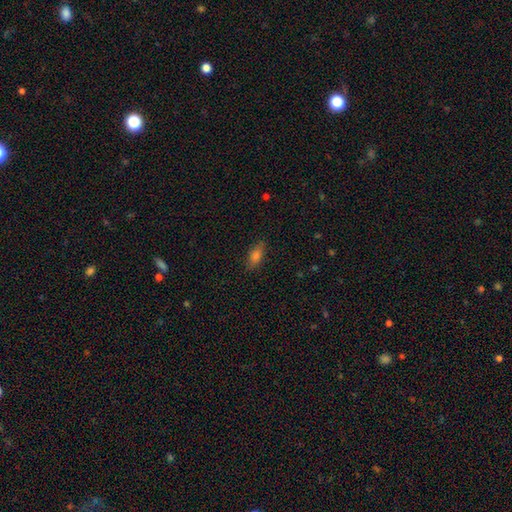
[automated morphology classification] smooth_or_featured: smooth (p=0.69) [alt: featured or disk p=0.16]
how_rounded: in between (p=0.74) [alt: cigar-shaped p=0.20]
merging: none (p=0.84) [alt: minor disturbance p=0.12]